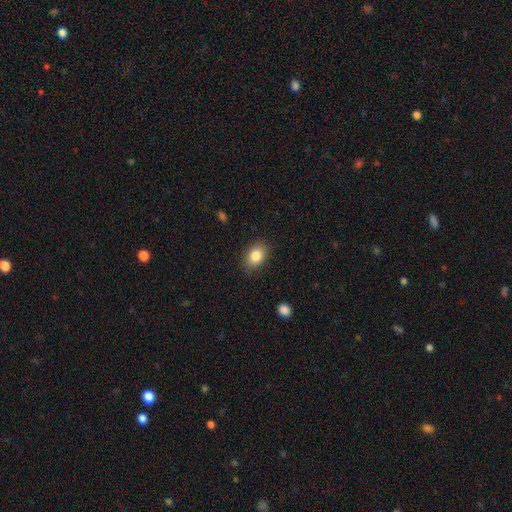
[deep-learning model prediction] A smooth galaxy with no disk features (85%) that is in between round and cigar-shaped (80%). Merging: none (85%).